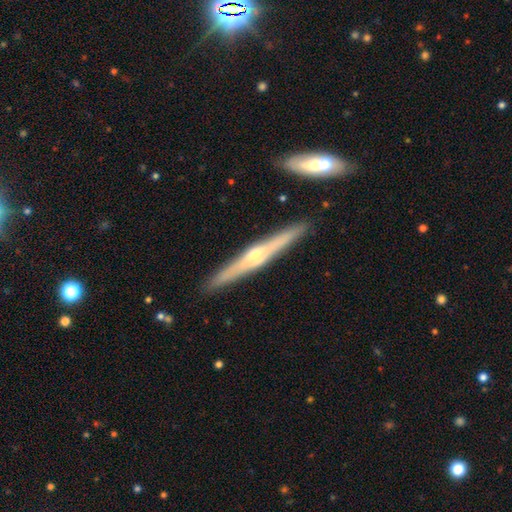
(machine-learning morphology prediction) smooth_or_featured: featured or disk (p=0.72) [alt: smooth p=0.22]
disk_edge_on: yes (p=0.97) [alt: no p=0.03]
edge_on_bulge: rounded (p=0.83) [alt: none p=0.12]
merging: none (p=0.91) [alt: minor disturbance p=0.06]